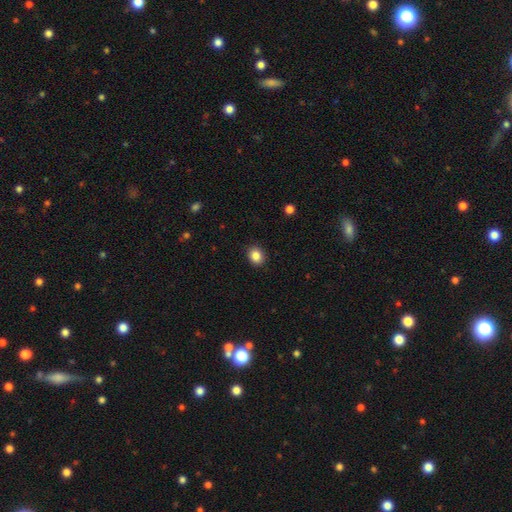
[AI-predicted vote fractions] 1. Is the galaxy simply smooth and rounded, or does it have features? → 86% smooth, 10% star or artifact, 4% featured or disk.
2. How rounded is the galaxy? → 64% round, 35% in between, 1% cigar-shaped.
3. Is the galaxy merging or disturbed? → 91% none, 7% minor disturbance, 2% major disturbance, 1% merger.